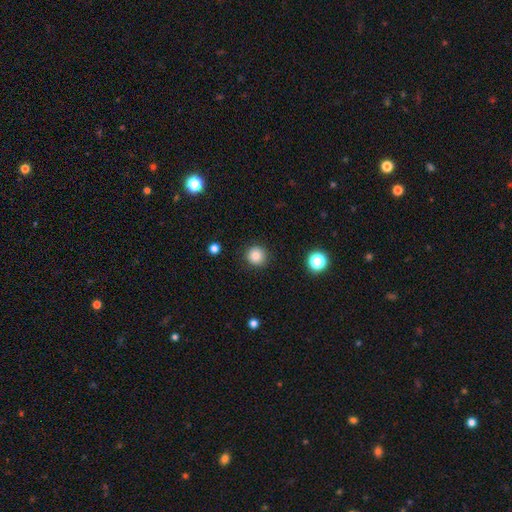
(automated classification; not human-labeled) Smooth or featured?
  - smooth: 85% *
  - star or artifact: 11%
  - featured or disk: 4%
How rounded?
  - round: 94% *
  - in between: 5%
  - cigar-shaped: 1%
Merging?
  - none: 91% *
  - minor disturbance: 6%
  - major disturbance: 2%
  - merger: 1%